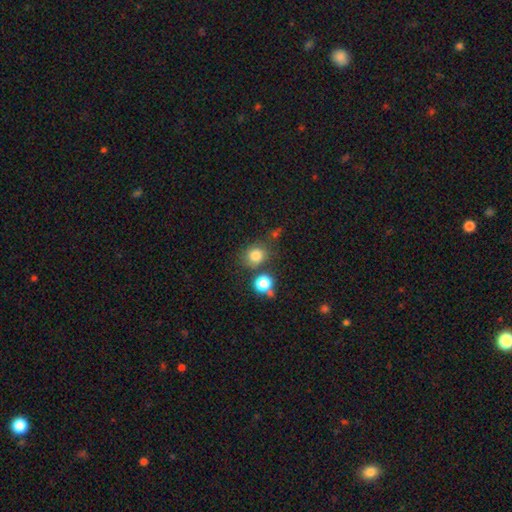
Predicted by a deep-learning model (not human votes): Morphology: type=smooth (80%); roundness=round (76%); merging=none (69%).